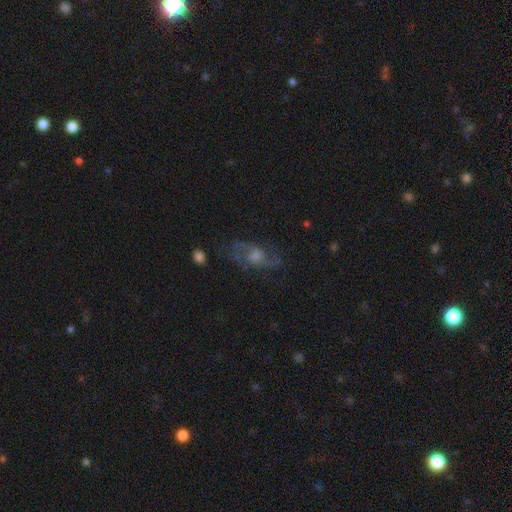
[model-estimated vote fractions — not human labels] smooth-or-featured: featured or disk: 71% | smooth: 14% | star or artifact: 14%
  disk-edge-on: no: 91% | yes: 9%
    bar: no: 60% | weak: 33% | strong: 6%
    has-spiral-arms: yes: 89% | no: 11%
      spiral-winding: medium: 48% | loose: 34% | tight: 18%
      spiral-arm-count: 2: 74% | can't tell: 14% | 3: 5% | 1: 3% | 4: 2% | more than 4: 2%
    bulge-size: moderate: 49% | small: 24% | large: 17% | none: 8% | dominant: 2%
  merging: none: 74% | minor disturbance: 15% | major disturbance: 9% | merger: 2%